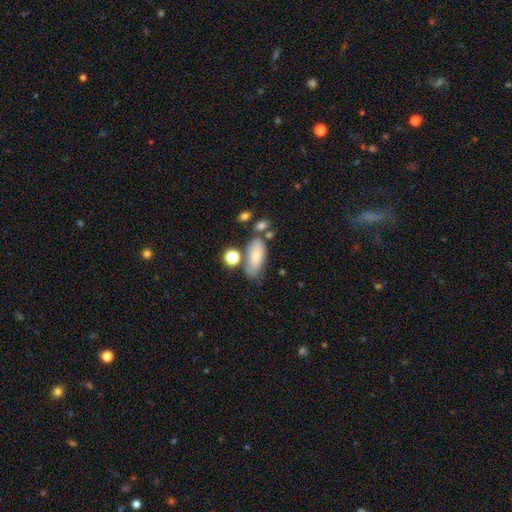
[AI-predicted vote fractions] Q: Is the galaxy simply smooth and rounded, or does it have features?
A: smooth — 74%.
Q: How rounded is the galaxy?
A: in between — 85%.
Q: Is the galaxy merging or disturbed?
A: none — 62%.